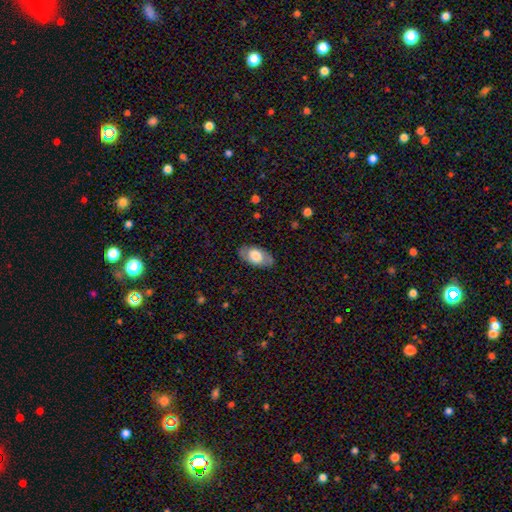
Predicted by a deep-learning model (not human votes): Smooth or featured: smooth — 58% (featured or disk — 36%)
How rounded: in between — 92% (round — 5%)
Merging: none — 81% (minor disturbance — 14%)